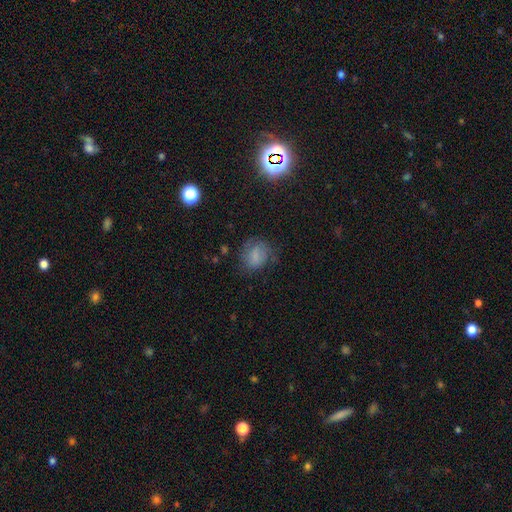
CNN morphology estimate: smooth 65%, featured or disk 23%, star or artifact 12%. Down the decision tree: how rounded — round (50%); merging — none (62%).